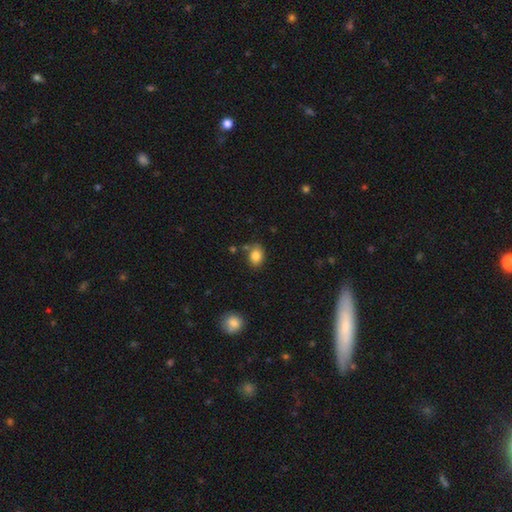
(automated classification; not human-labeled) Smooth or featured: smooth — 83% (star or artifact — 9%)
How rounded: in between — 67% (round — 32%)
Merging: none — 75% (minor disturbance — 15%)